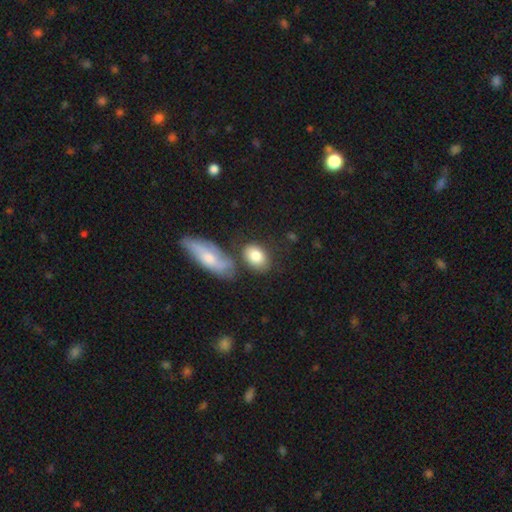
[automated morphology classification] smooth 81%, featured or disk 13%, star or artifact 6%. Down the decision tree: how rounded — in between (77%); merging — none (56%).